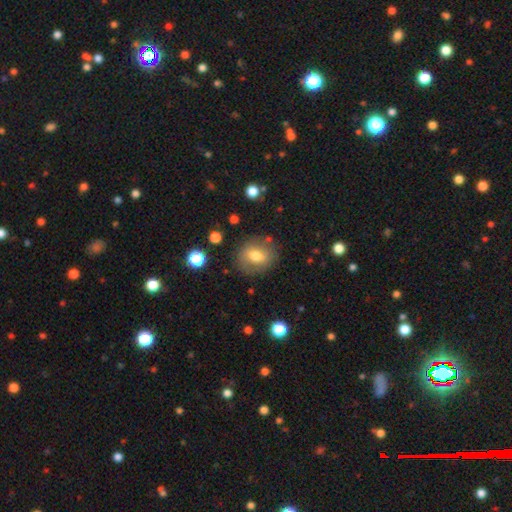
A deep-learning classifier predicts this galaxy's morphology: A smooth galaxy with no disk features (65%) that is round (66%). Merging: none (79%).